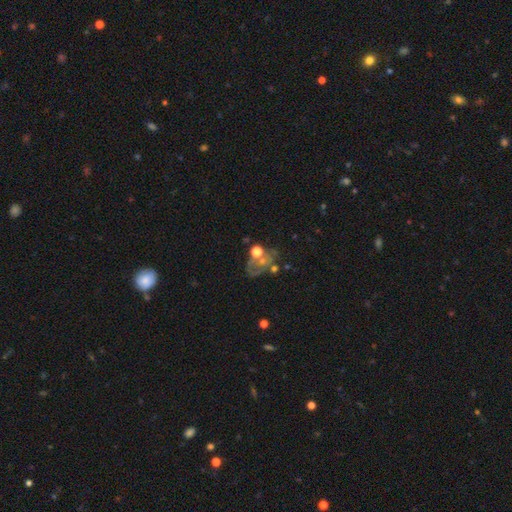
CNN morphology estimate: The model was most divided on "smooth or featured": featured or disk: 43%, star or artifact: 32%, smooth: 25%. Remaining: merging — none (39%).